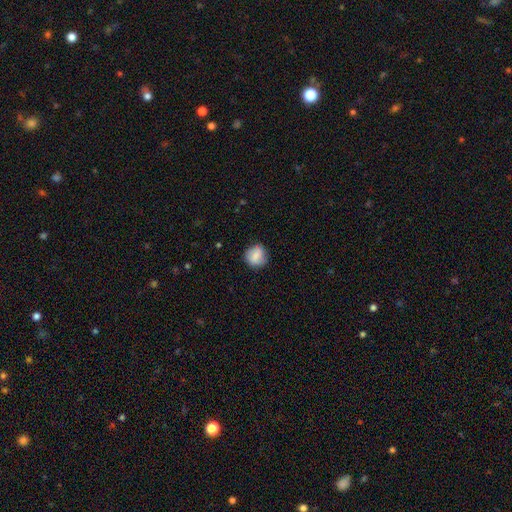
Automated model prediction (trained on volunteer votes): Smooth or featured: smooth — 79% (featured or disk — 13%)
How rounded: round — 82% (in between — 16%)
Merging: none — 78% (minor disturbance — 17%)